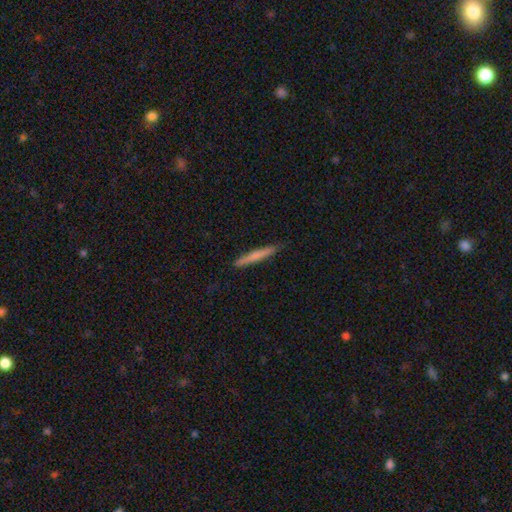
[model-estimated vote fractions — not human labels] Q: Smooth or featured?
A: smooth (62%); runner-up: featured or disk (32%)
Q: How rounded?
A: cigar-shaped (96%); runner-up: in between (3%)
Q: Merging?
A: none (89%); runner-up: minor disturbance (8%)